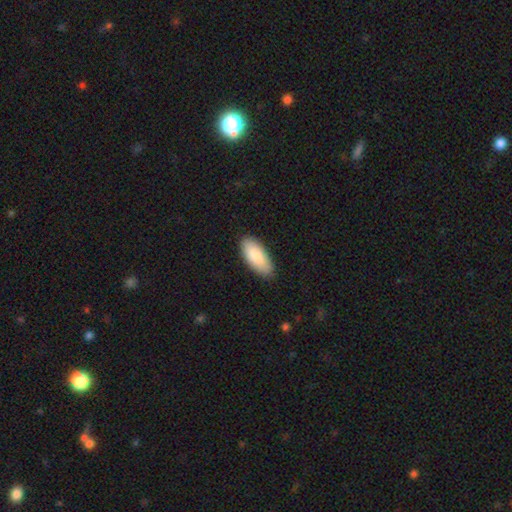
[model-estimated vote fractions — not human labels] Q: Smooth or featured?
A: smooth (87%); runner-up: featured or disk (8%)
Q: How rounded?
A: in between (86%); runner-up: cigar-shaped (12%)
Q: Merging?
A: none (86%); runner-up: minor disturbance (11%)